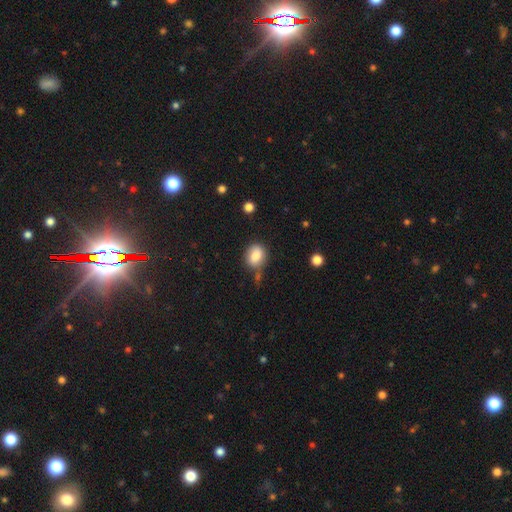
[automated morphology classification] smooth_or_featured: smooth (p=0.83) [alt: featured or disk p=0.09]
how_rounded: in between (p=0.51) [alt: round p=0.48]
merging: none (p=0.65) [alt: minor disturbance p=0.19]